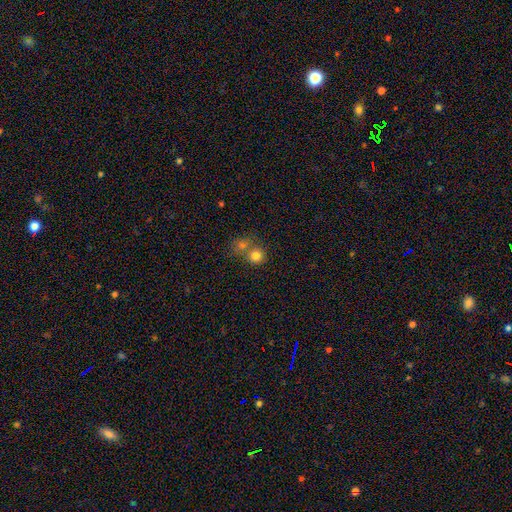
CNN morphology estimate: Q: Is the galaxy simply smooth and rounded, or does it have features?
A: smooth — 79%.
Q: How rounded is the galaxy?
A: round — 88%.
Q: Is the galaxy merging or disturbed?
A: none — 51%.